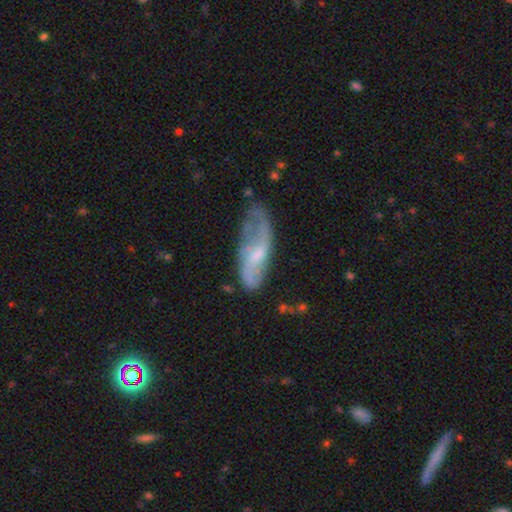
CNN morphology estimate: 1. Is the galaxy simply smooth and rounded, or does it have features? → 60% featured or disk, 33% smooth, 7% star or artifact.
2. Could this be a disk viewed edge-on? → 85% no, 15% yes.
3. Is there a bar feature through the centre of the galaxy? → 46% no, 44% weak, 11% strong.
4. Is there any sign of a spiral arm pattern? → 76% yes, 24% no.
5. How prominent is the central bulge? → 44% small, 37% moderate, 15% none, 3% large, 1% dominant.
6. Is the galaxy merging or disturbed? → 48% none, 30% minor disturbance, 18% major disturbance, 4% merger.